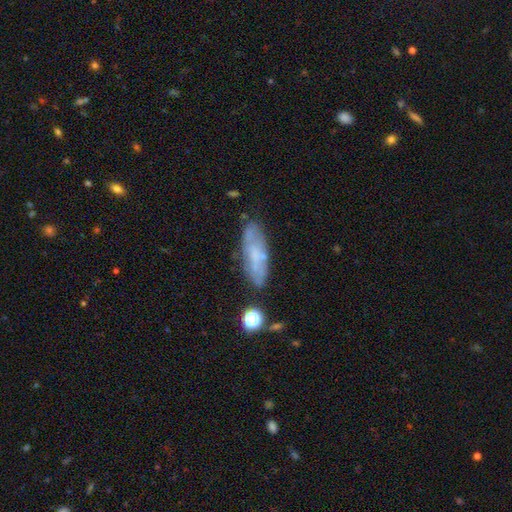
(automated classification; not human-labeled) Smooth or featured? smooth (48%)
Merging? none (68%)